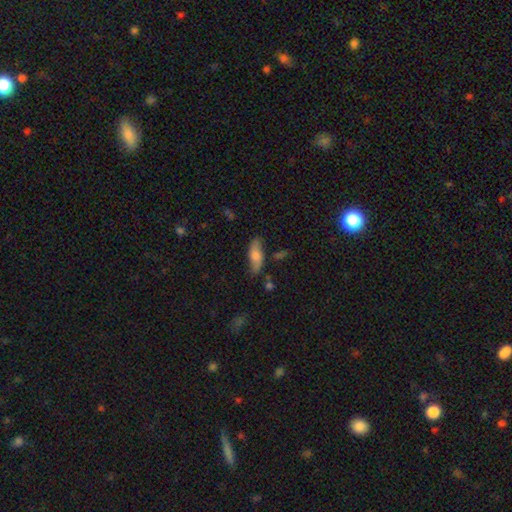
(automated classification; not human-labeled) Q: Smooth or featured?
A: smooth (57%); runner-up: featured or disk (36%)
Q: How rounded?
A: in between (71%); runner-up: cigar-shaped (26%)
Q: Merging?
A: none (69%); runner-up: minor disturbance (21%)